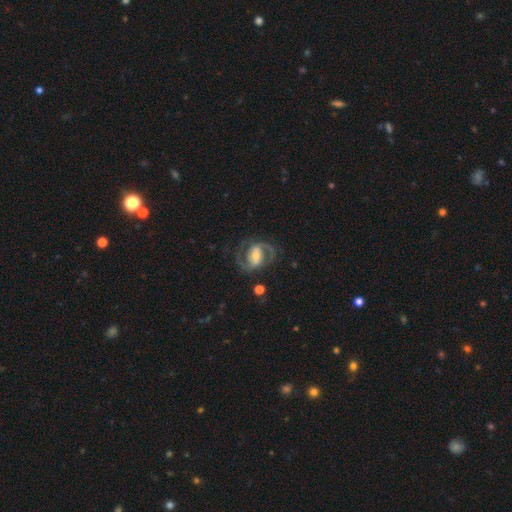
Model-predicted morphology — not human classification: This is clearly a featured or disk galaxy (86%). It is clearly not viewed edge-on (97%). Bar: marginally weak (41%). Spiral arm pattern: clearly yes (95%). Spiral arm count: clearly 2 (90%). Spiral winding: possibly medium (58%). Central bulge: possibly moderate (54%). Merging: likely none (73%).